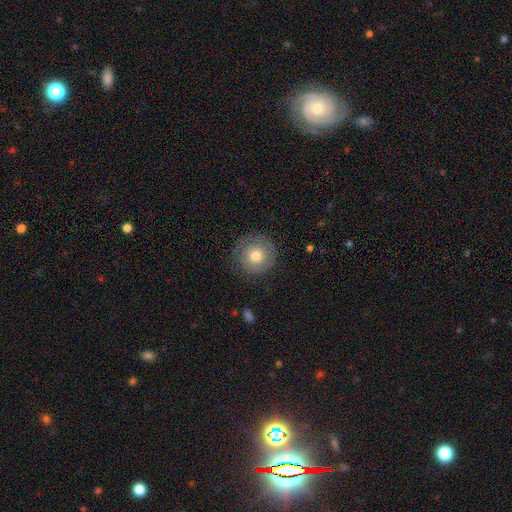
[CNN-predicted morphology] A smooth galaxy with no disk features (67%) that is round (96%).

Vote fractions:
- Smooth or featured? smooth: 67% / featured or disk: 24% / star or artifact: 9%
- How rounded? round: 96% / in between: 3% / cigar-shaped: 1%
- Merging? none: 80% / minor disturbance: 14% / major disturbance: 5% / merger: 1%